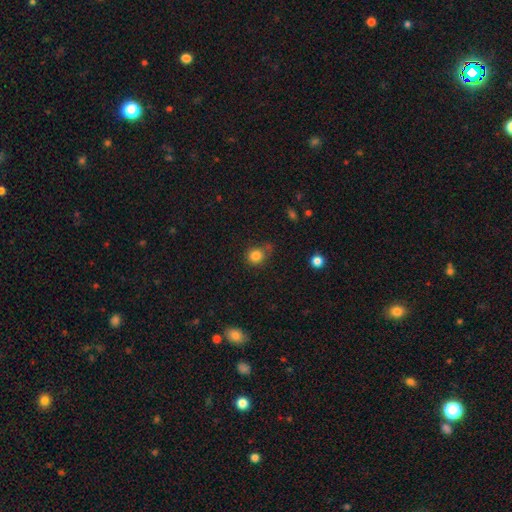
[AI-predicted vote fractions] Overall: smooth (83%). How rounded: round (84%). Merging: none (64%).